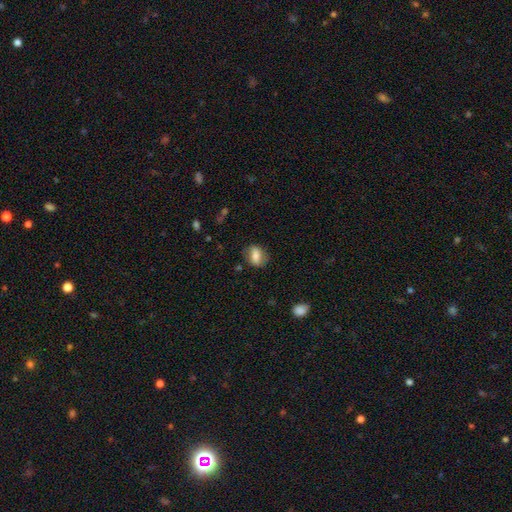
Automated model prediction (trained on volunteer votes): Q: Smooth or featured?
A: smooth (71%); runner-up: featured or disk (21%)
Q: How rounded?
A: in between (72%); runner-up: round (23%)
Q: Merging?
A: none (76%); runner-up: minor disturbance (17%)